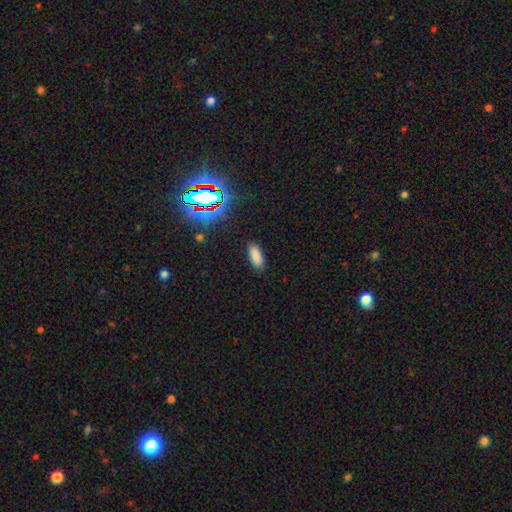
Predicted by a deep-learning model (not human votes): Smooth or featured: smooth — 82% (star or artifact — 12%)
How rounded: in between — 76% (cigar-shaped — 22%)
Merging: none — 87% (minor disturbance — 9%)